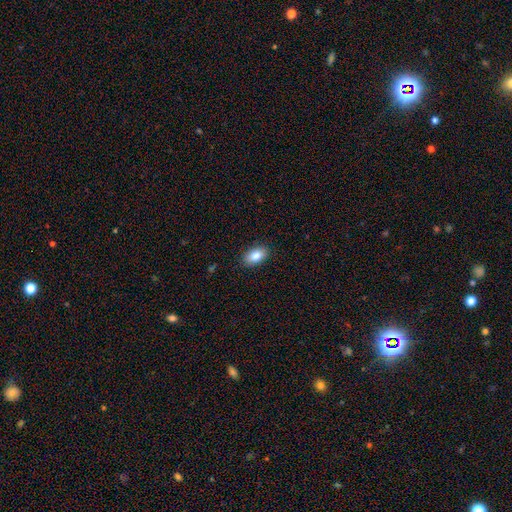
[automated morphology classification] type=smooth (86%); roundness=in between (93%); merging=none (88%).